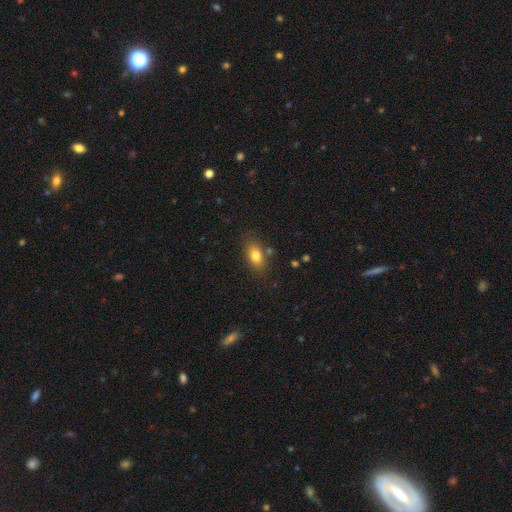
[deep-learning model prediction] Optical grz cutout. It shows a smooth galaxy with no disk features (80%) that is in between round and cigar-shaped (85%). Merging: none (78%).